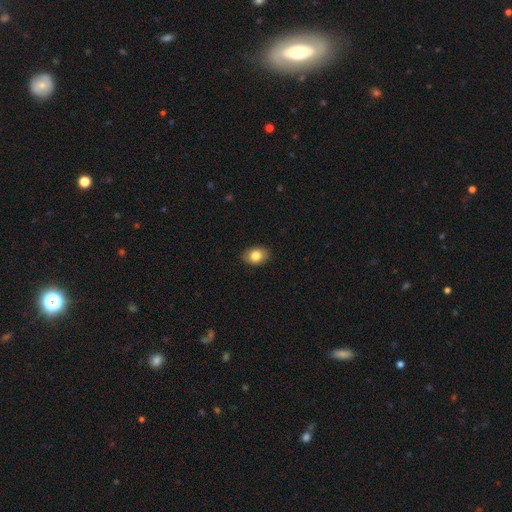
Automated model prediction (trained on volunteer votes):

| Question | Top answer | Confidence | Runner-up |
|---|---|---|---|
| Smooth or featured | smooth | 84% | featured or disk (8%) |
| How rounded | in between | 75% | round (24%) |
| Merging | none | 88% | minor disturbance (9%) |